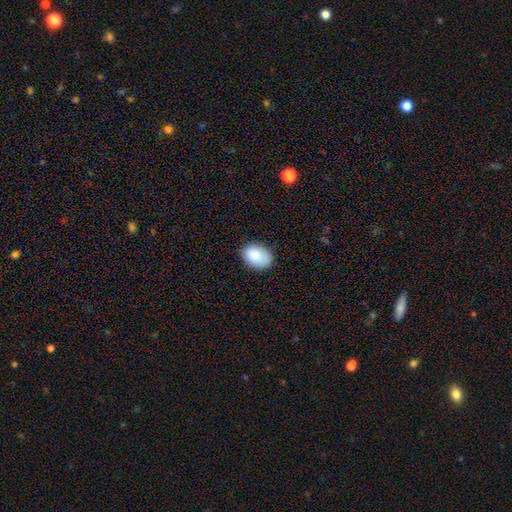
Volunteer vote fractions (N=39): smooth-or-featured: smooth: 97% | star or artifact: 3% | featured or disk: 0%
  how-rounded: in between: 79% | round: 21% | cigar-shaped: 0%
  merging: none: 71% | minor disturbance: 26% | major disturbance: 3% | merger: 0%